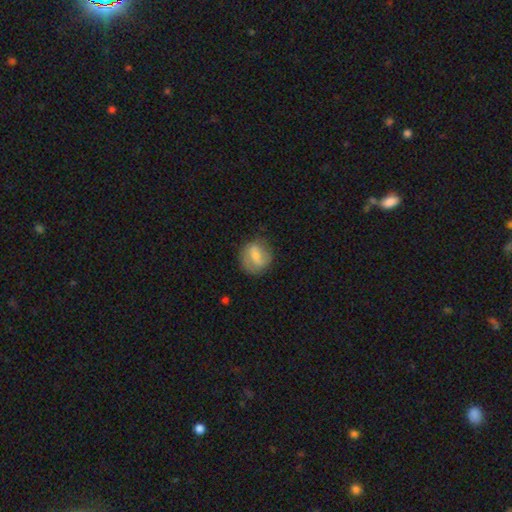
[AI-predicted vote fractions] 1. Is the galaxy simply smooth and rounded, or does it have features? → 56% smooth, 36% featured or disk, 8% star or artifact.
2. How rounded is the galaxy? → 70% round, 29% in between, 2% cigar-shaped.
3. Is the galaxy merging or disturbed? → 68% none, 22% minor disturbance, 9% major disturbance, 2% merger.